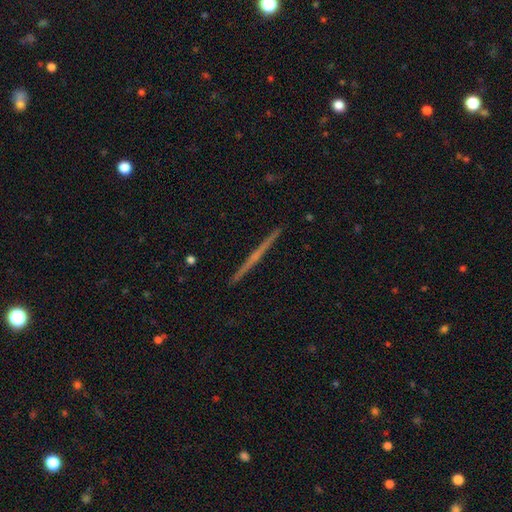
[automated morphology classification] type=featured or disk (72%); edge-on=yes (98%); edge-on bulge=none (60%); merging=none (93%).